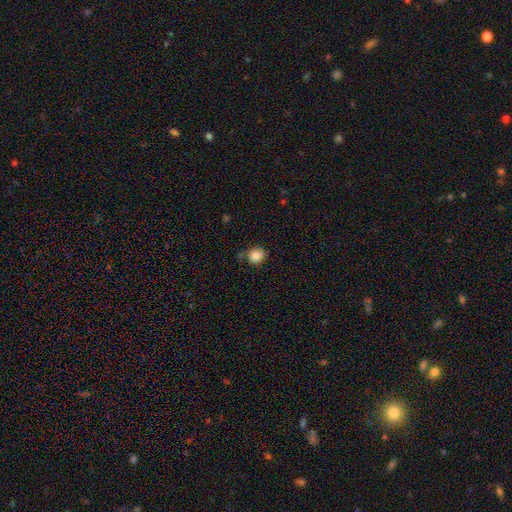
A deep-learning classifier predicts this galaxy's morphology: smooth-or-featured: smooth: 86% | star or artifact: 10% | featured or disk: 4%
  how-rounded: round: 80% | in between: 19% | cigar-shaped: 1%
  merging: none: 73% | minor disturbance: 19% | major disturbance: 4% | merger: 4%